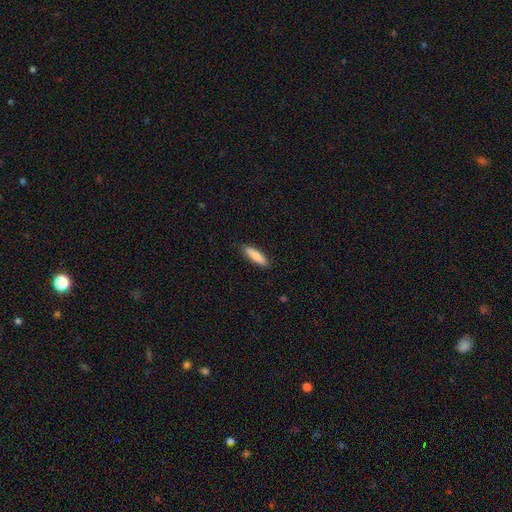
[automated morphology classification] smooth-or-featured: smooth: 82% | featured or disk: 13% | star or artifact: 6%
  how-rounded: cigar-shaped: 59% | in between: 39% | round: 2%
  merging: none: 86% | minor disturbance: 11% | major disturbance: 2% | merger: 1%